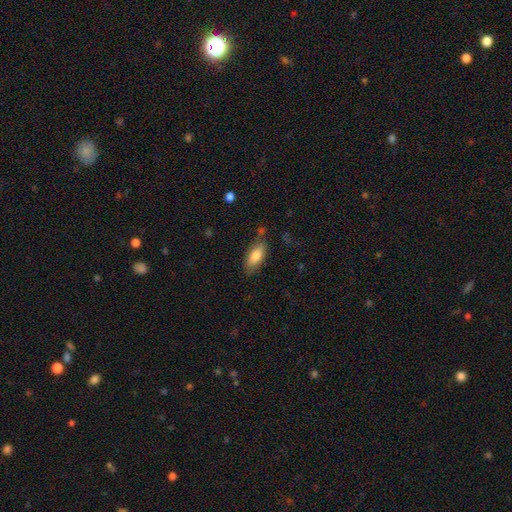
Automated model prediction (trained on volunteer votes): Overall: smooth (79%). How rounded: in between (79%). Merging: none (76%).